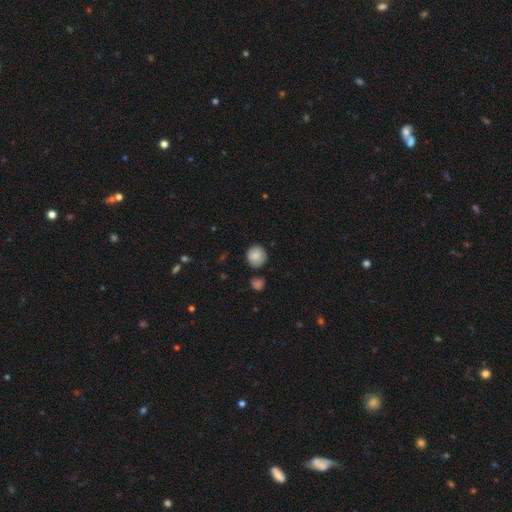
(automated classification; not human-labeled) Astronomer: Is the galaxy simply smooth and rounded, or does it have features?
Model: smooth — 86%.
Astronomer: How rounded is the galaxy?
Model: round — 87%.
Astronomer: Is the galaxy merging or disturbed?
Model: none — 80%.